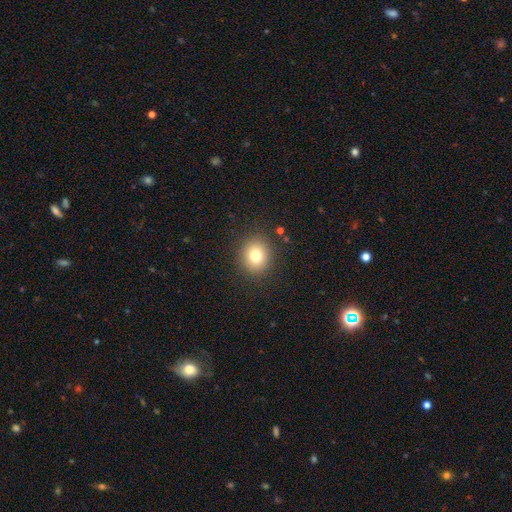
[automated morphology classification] type=smooth (78%); roundness=round (76%); merging=none (88%).